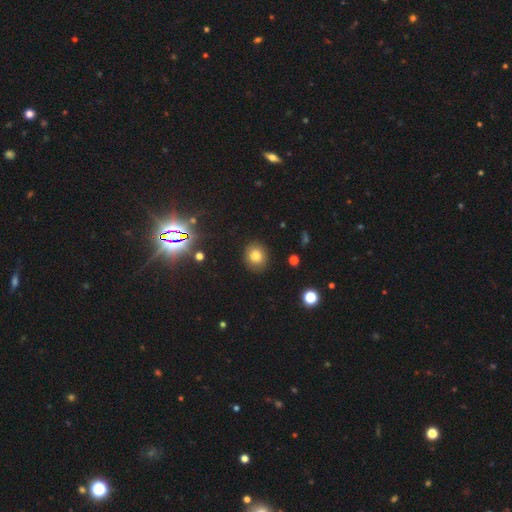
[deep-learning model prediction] A smooth galaxy with no disk features (77%) that is round (77%).

Vote fractions:
- Smooth or featured? smooth: 77% / star or artifact: 14% / featured or disk: 9%
- How rounded? round: 77% / in between: 22% / cigar-shaped: 1%
- Merging? none: 89% / minor disturbance: 8% / major disturbance: 2% / merger: 1%